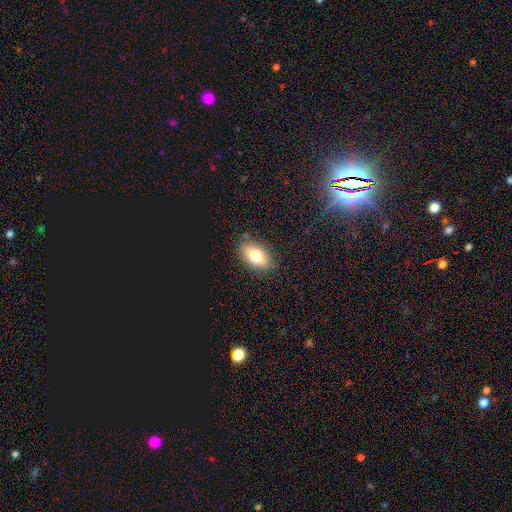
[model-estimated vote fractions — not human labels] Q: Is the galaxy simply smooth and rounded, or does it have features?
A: smooth — 75%.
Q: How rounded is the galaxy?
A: in between — 89%.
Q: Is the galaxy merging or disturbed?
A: none — 82%.